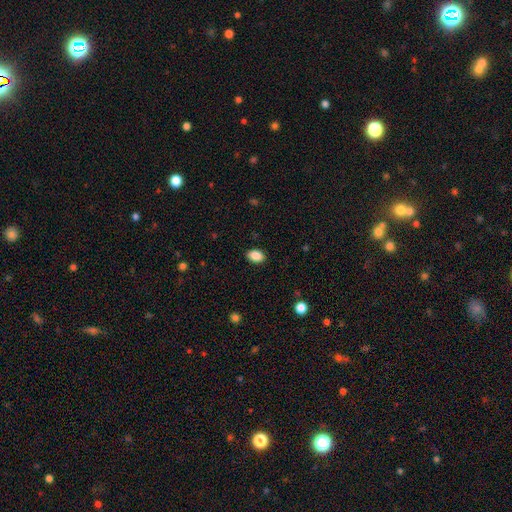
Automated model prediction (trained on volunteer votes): This is clearly a smooth galaxy (88%). How rounded: clearly in between (84%). Merging: clearly none (88%).